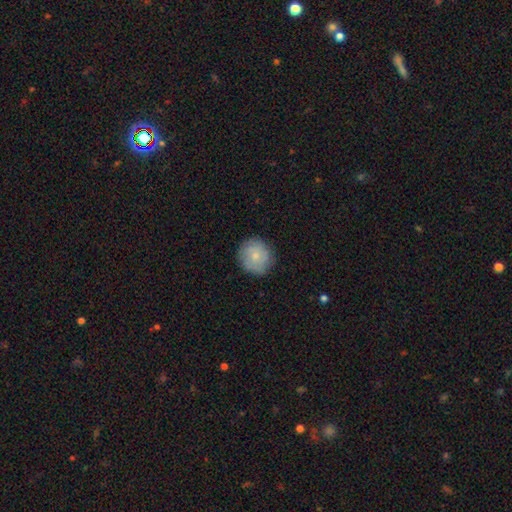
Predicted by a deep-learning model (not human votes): Q: Smooth or featured?
A: smooth (74%); runner-up: featured or disk (19%)
Q: How rounded?
A: round (90%); runner-up: in between (9%)
Q: Merging?
A: none (85%); runner-up: minor disturbance (11%)